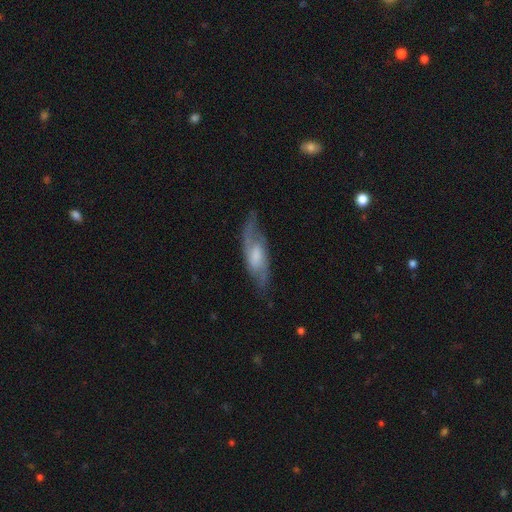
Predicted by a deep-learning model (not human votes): Smooth or featured?
  - featured or disk: 72% *
  - smooth: 22%
  - star or artifact: 6%
Edge-on disk?
  - no: 83% *
  - yes: 17%
Bar?
  - weak: 48% *
  - no: 39%
  - strong: 13%
Spiral arms?
  - yes: 90% *
  - no: 10%
Spiral winding?
  - medium: 47% *
  - loose: 31%
  - tight: 21%
Spiral arm count?
  - 2: 79% *
  - can't tell: 13%
  - 1: 4%
  - 3: 2%
  - 4: 1%
  - more than 4: 1%
Bulge size?
  - moderate: 38% *
  - small: 24%
  - none: 20%
  - large: 17%
  - dominant: 2%
Merging?
  - none: 69% *
  - minor disturbance: 20%
  - major disturbance: 9%
  - merger: 2%